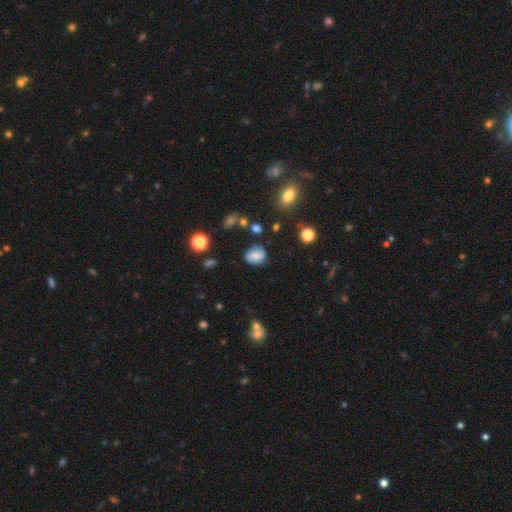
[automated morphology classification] smooth_or_featured: smooth (p=0.67) [alt: featured or disk p=0.22]
how_rounded: round (p=0.51) [alt: in between p=0.47]
merging: none (p=0.70) [alt: minor disturbance p=0.20]